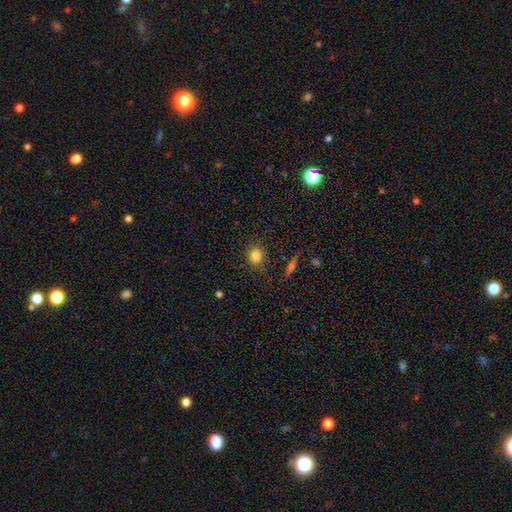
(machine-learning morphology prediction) A smooth galaxy with no disk features (82%) that is round (70%). Merging: none (85%).